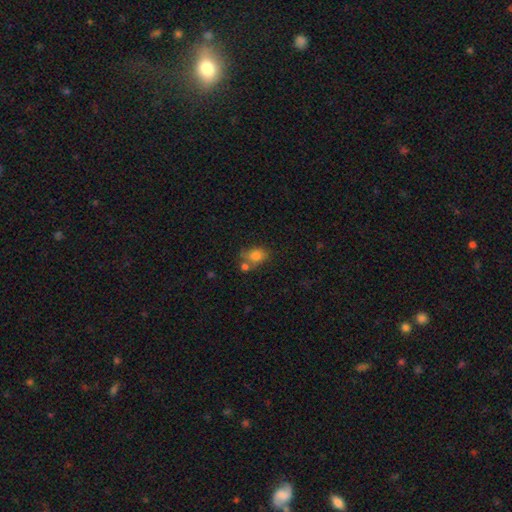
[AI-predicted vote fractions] This appears to be a smooth galaxy with no disk features (78%) that is in between round and cigar-shaped (58%). Merging: none (45%).